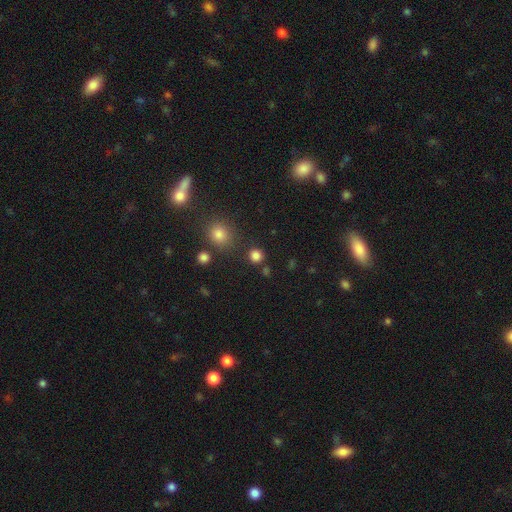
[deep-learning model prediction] A smooth galaxy with no disk features (81%) that is round (90%).

Vote fractions:
- Smooth or featured? smooth: 81% / star or artifact: 15% / featured or disk: 4%
- How rounded? round: 90% / in between: 9% / cigar-shaped: 1%
- Merging? none: 83% / minor disturbance: 8% / merger: 6% / major disturbance: 3%